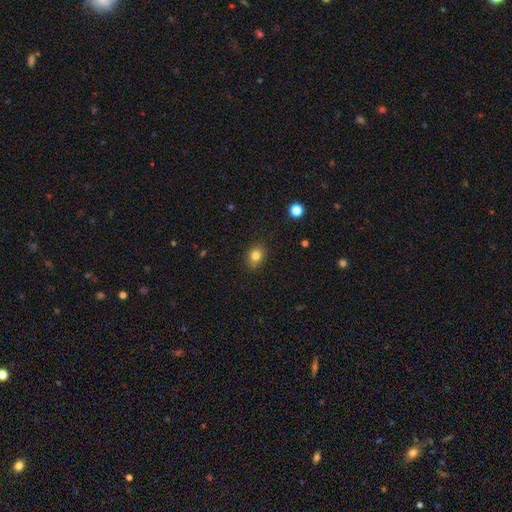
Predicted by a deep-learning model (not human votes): Morphology: type=smooth (82%); roundness=round (59%); merging=none (83%).